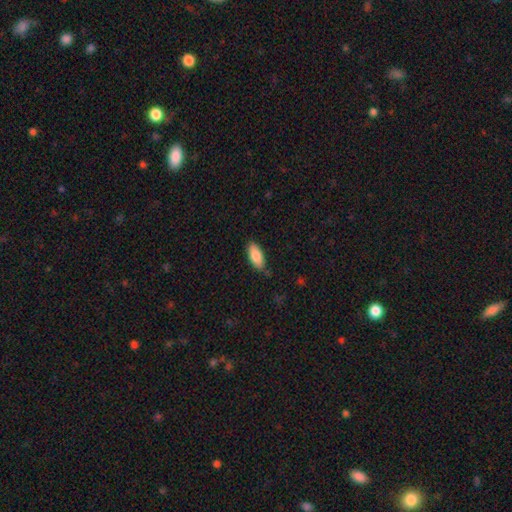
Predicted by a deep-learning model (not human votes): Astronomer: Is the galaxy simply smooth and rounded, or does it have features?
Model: smooth — 83%.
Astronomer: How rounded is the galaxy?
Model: in between — 87%.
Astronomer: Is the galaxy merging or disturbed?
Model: none — 83%.